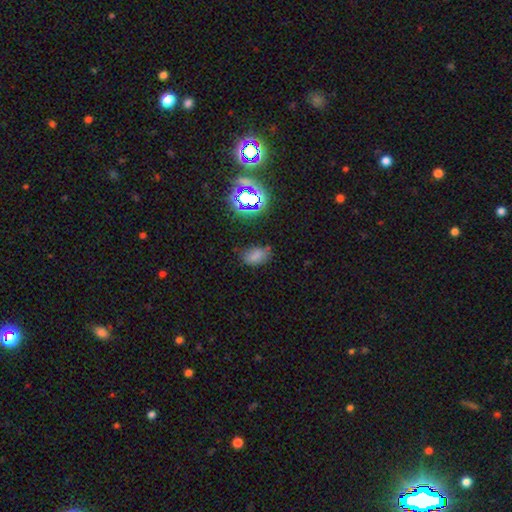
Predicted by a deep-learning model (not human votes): smooth 68%, star or artifact 22%, featured or disk 10%. Down the decision tree: how rounded — in between (89%); merging — none (67%).